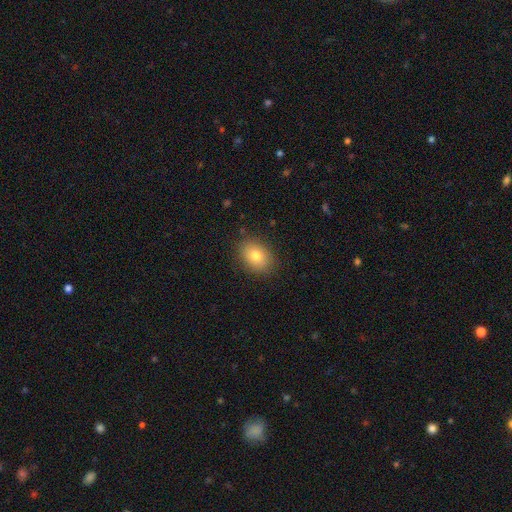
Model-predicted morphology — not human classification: smooth-or-featured: smooth: 79% | featured or disk: 11% | star or artifact: 10%
  how-rounded: in between: 69% | round: 30% | cigar-shaped: 1%
  merging: none: 87% | minor disturbance: 10% | major disturbance: 3% | merger: 1%